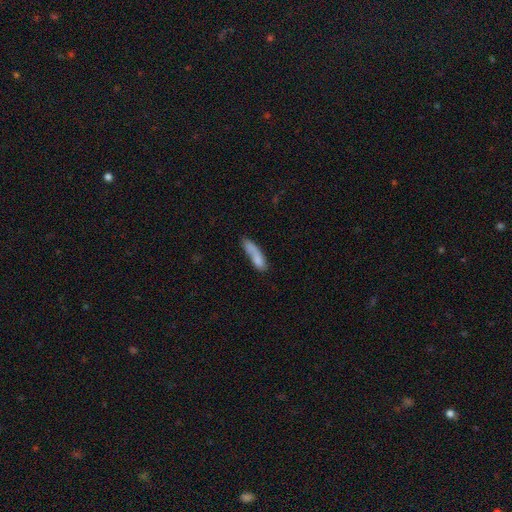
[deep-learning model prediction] smooth 75%, featured or disk 17%, star or artifact 8%. Down the decision tree: how rounded — cigar-shaped (65%); merging — none (47%).